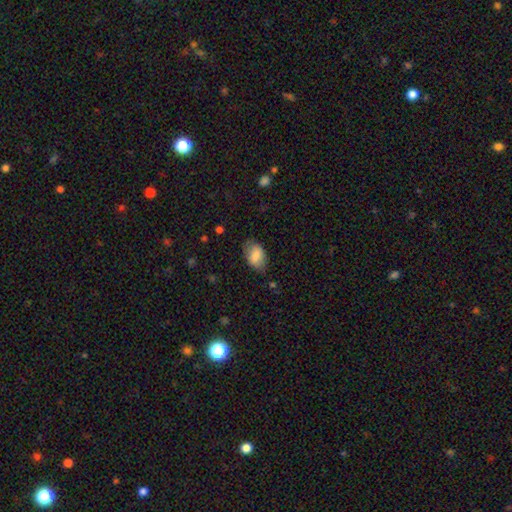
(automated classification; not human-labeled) Smooth or featured: smooth — 81% (featured or disk — 12%)
How rounded: in between — 88% (round — 10%)
Merging: none — 72% (minor disturbance — 21%)